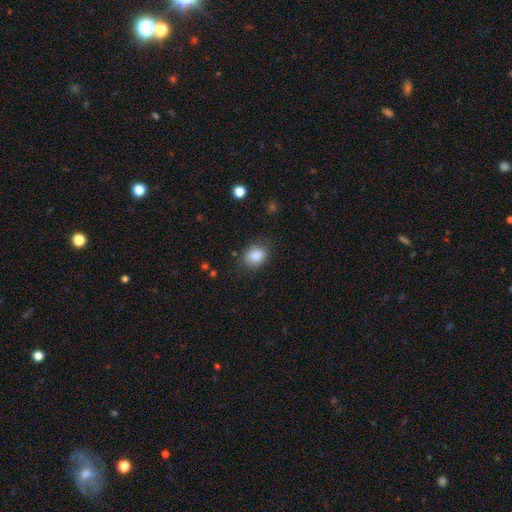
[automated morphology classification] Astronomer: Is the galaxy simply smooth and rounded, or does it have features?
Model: smooth — 87%.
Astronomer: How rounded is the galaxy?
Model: in between — 60% (runner-up: round, 39%).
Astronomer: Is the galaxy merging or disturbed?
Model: none — 78%.